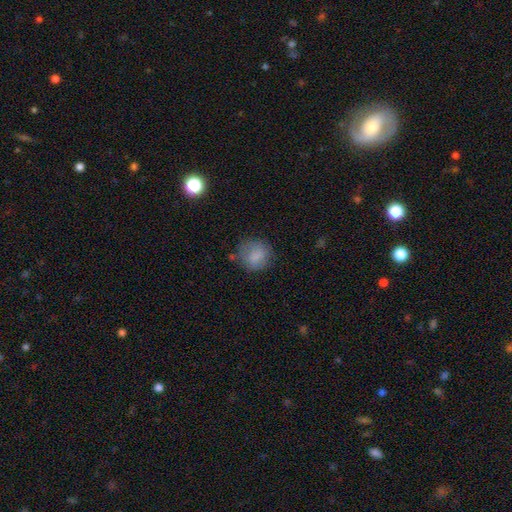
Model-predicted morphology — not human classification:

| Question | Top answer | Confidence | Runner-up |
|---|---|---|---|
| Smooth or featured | smooth | 81% | featured or disk (10%) |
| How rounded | round | 83% | in between (16%) |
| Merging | none | 71% | minor disturbance (19%) |